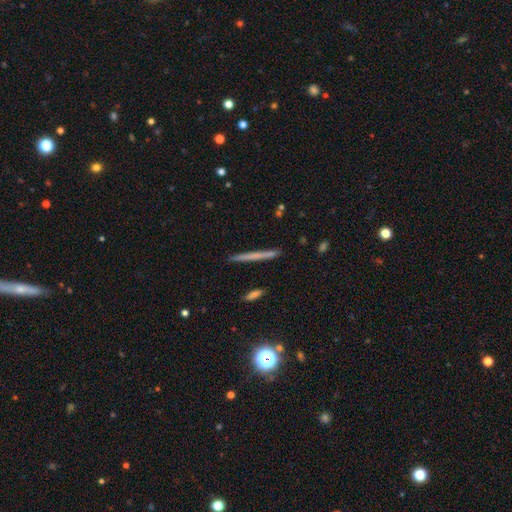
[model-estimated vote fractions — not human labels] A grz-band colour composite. It shows a smooth galaxy with no disk features (53%) that is cigar-shaped (96%). Merging: none (91%).